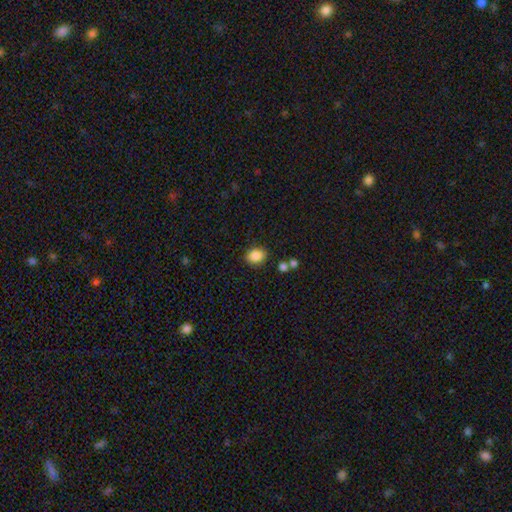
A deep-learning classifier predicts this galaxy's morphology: smooth 86%, star or artifact 9%, featured or disk 5%. Down the decision tree: how rounded — in between (57%); merging — none (84%).